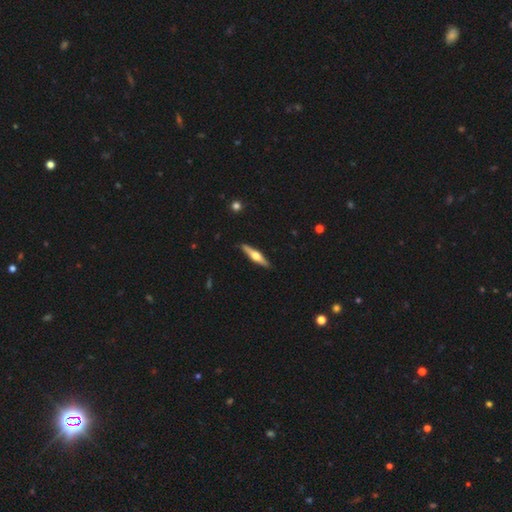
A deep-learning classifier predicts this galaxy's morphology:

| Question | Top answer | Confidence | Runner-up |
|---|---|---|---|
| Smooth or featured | featured or disk | 64% | smooth (32%) |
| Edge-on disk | yes | 96% | no (4%) |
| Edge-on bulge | rounded | 94% | boxy (3%) |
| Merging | none | 90% | minor disturbance (7%) |